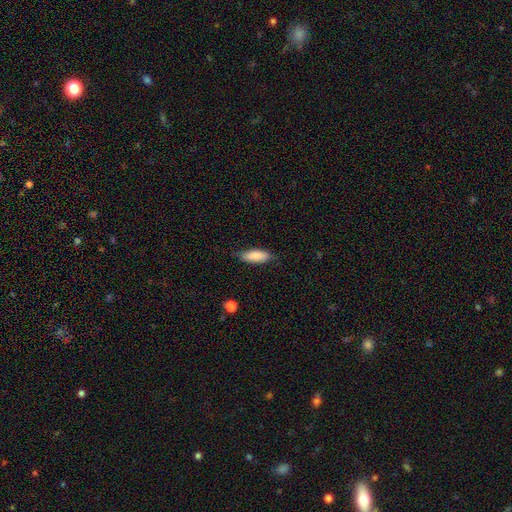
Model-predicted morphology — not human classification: A smooth galaxy with no disk features (86%) that is in between round and cigar-shaped (69%).

Vote fractions:
- Smooth or featured? smooth: 86% / featured or disk: 8% / star or artifact: 6%
- How rounded? in between: 69% / cigar-shaped: 30% / round: 2%
- Merging? none: 81% / minor disturbance: 15% / major disturbance: 3% / merger: 1%